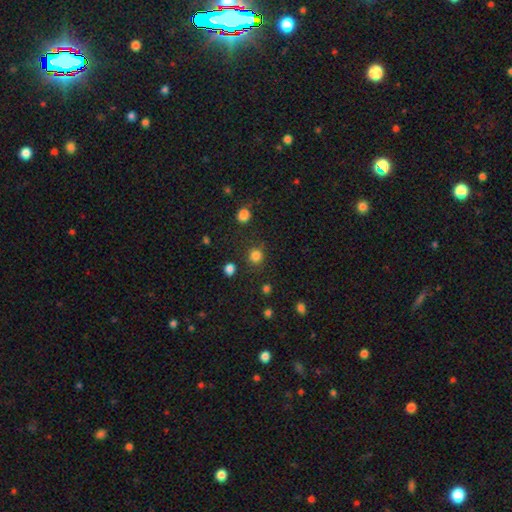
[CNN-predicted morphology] smooth 82%, star or artifact 14%, featured or disk 4%. Down the decision tree: how rounded — round (90%); merging — none (82%).